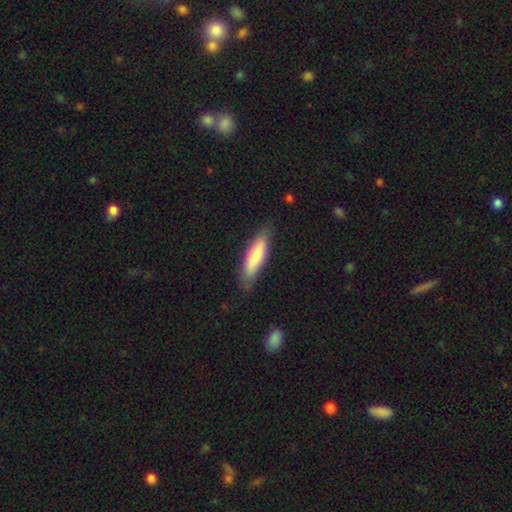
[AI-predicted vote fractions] Smooth or featured: smooth — 79% (featured or disk — 16%)
How rounded: cigar-shaped — 62% (in between — 36%)
Merging: none — 78% (minor disturbance — 17%)